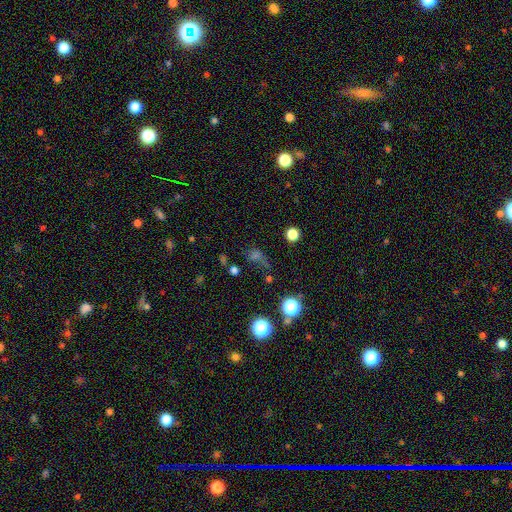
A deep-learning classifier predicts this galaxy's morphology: smooth_or_featured: smooth (p=0.44) [alt: star or artifact p=0.39]
merging: none (p=0.46) [alt: major disturbance p=0.25]